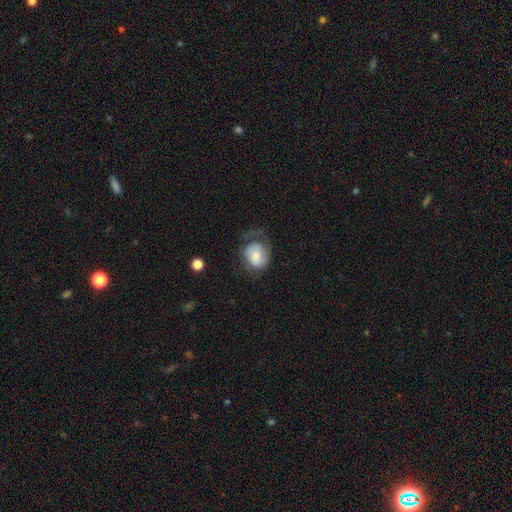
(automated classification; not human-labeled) This appears to be a smooth galaxy with no disk features (63%) that is round (58%). Merging: major disturbance (36%).